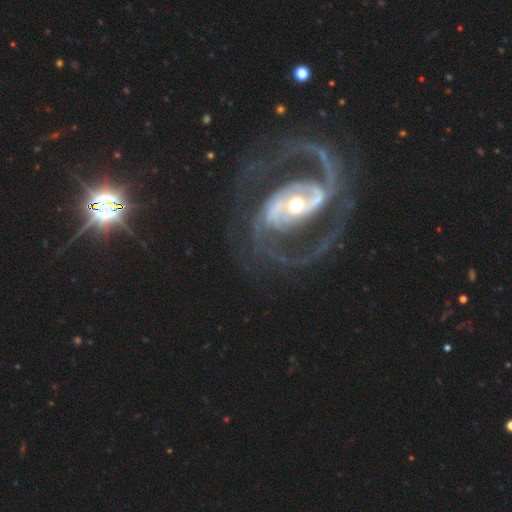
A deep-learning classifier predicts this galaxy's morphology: Overall: featured or disk (91%). Edge-on disk: no (97%). Bar: strong (47%; weak 29%). Spiral arms: yes (96%). Spiral arm count: 2 (91%). Spiral winding: medium (58%; tight 27%). Bulge size: moderate (53%; small 35%). Merging: none (70%).